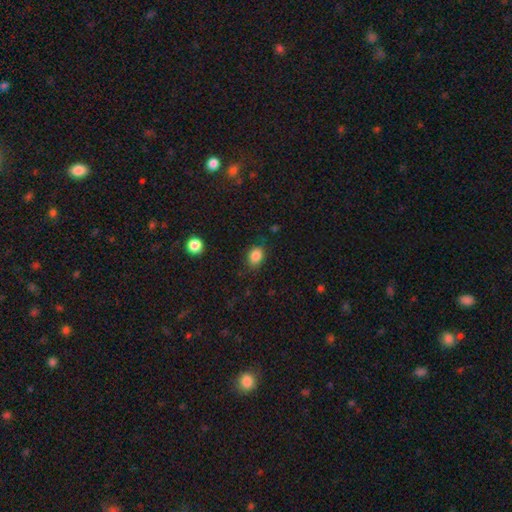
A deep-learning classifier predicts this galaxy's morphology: A smooth galaxy with no disk features (86%) that is in between round and cigar-shaped (65%). Merging: none (77%).